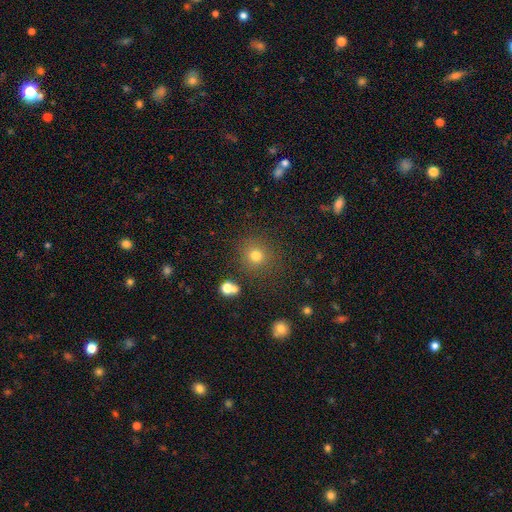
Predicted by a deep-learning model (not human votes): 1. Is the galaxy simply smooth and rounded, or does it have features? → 75% smooth, 18% star or artifact, 7% featured or disk.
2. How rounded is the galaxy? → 90% round, 9% in between, 1% cigar-shaped.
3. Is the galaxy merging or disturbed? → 84% none, 9% minor disturbance, 4% merger, 4% major disturbance.